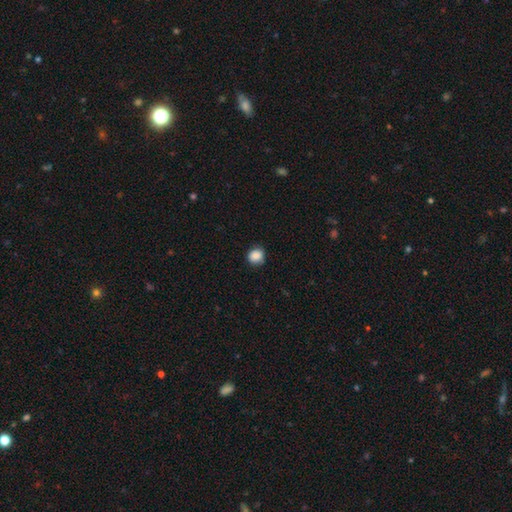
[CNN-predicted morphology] This is clearly a smooth galaxy (88%). How rounded: likely round (80%). Merging: clearly none (83%).